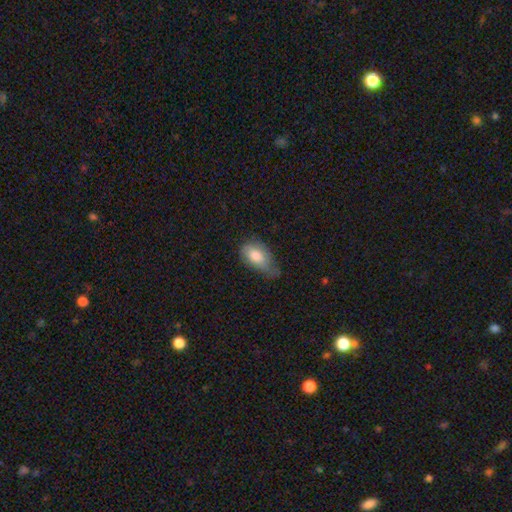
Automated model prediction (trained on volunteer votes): smooth_or_featured: smooth (p=0.76) [alt: featured or disk p=0.18]
how_rounded: in between (p=0.89) [alt: round p=0.07]
merging: minor disturbance (p=0.46) [alt: none p=0.32]